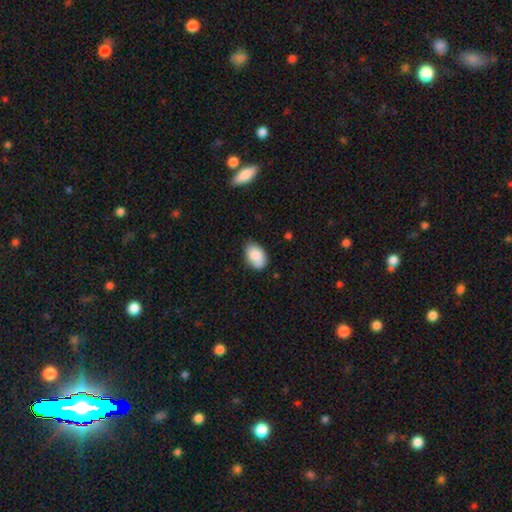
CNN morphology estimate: Q: Smooth or featured?
A: smooth (79%); runner-up: featured or disk (13%)
Q: How rounded?
A: in between (89%); runner-up: round (10%)
Q: Merging?
A: none (70%); runner-up: minor disturbance (23%)